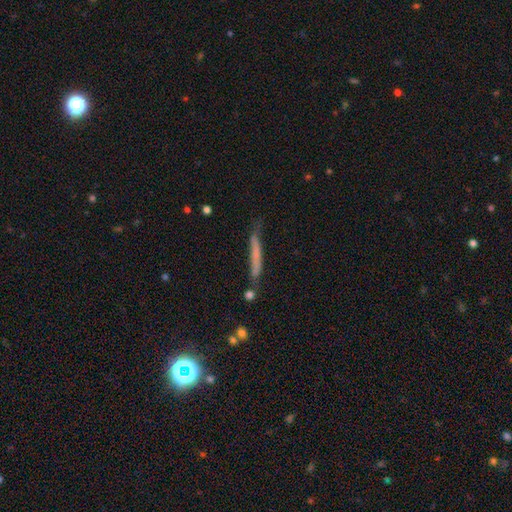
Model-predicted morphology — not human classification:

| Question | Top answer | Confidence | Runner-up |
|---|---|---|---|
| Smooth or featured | smooth | 56% | featured or disk (35%) |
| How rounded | cigar-shaped | 95% | in between (3%) |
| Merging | none | 68% | minor disturbance (22%) |